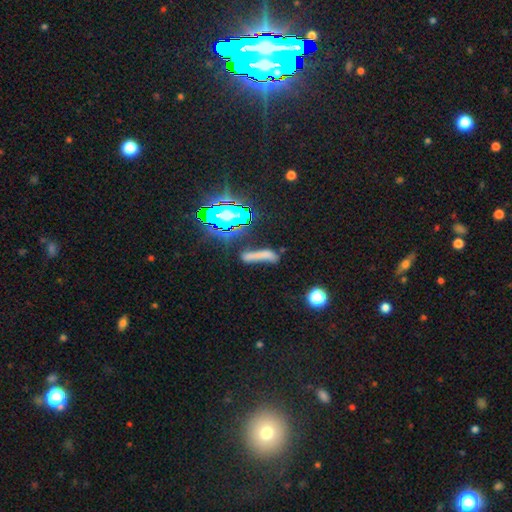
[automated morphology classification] type=smooth (57%); roundness=cigar-shaped (77%); merging=none (45%).